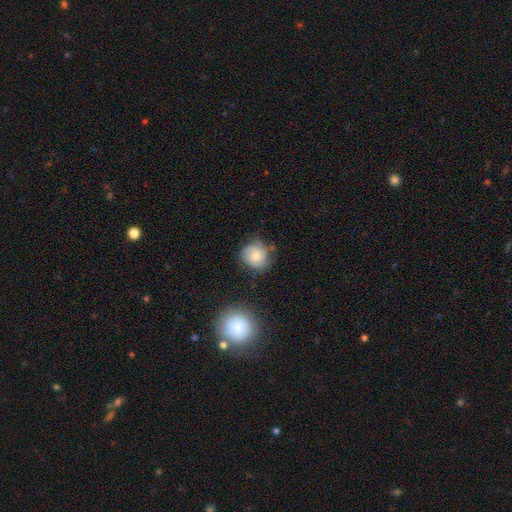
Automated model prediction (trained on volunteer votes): Morphology: type=smooth (68%); roundness=round (82%); merging=none (65%).